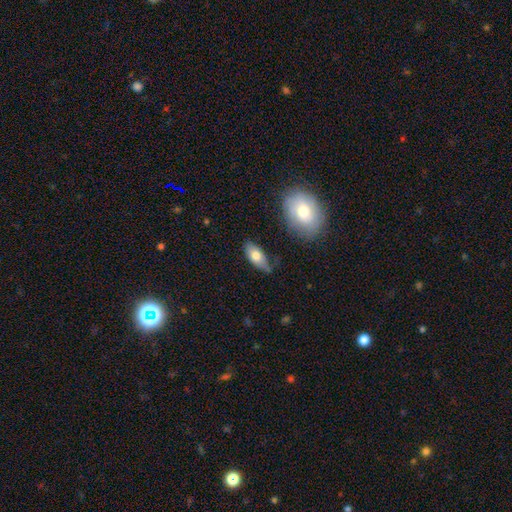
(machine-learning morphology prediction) This is likely a smooth galaxy (71%). How rounded: clearly in between (85%). Merging: likely none (61%).